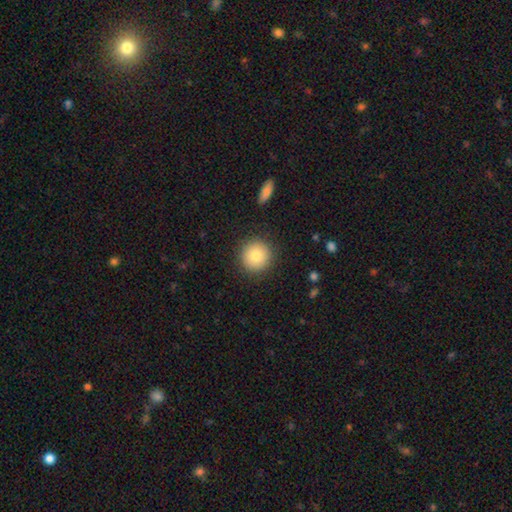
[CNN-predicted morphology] This appears to be a smooth galaxy with no disk features (82%) that is round (94%). Merging: none (90%).